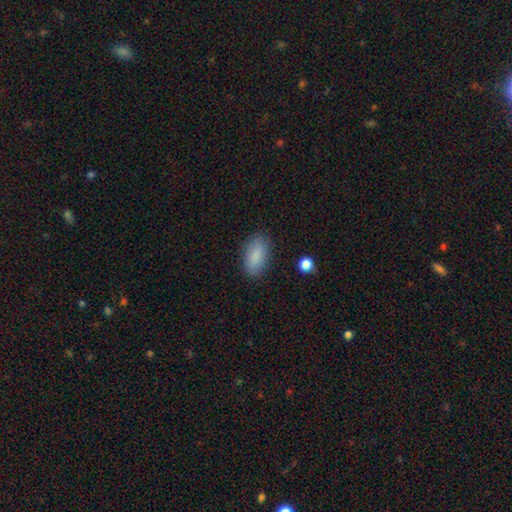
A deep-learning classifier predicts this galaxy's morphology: A smooth galaxy with no disk features (87%) that is in between round and cigar-shaped (92%).

Vote fractions:
- Smooth or featured? smooth: 87% / star or artifact: 7% / featured or disk: 6%
- How rounded? in between: 92% / cigar-shaped: 5% / round: 4%
- Merging? none: 84% / minor disturbance: 11% / major disturbance: 3% / merger: 1%